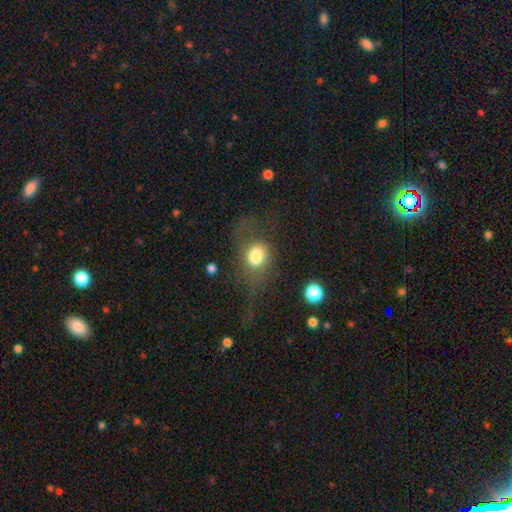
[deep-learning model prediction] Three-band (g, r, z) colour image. It shows a smooth galaxy with no disk features (71%) that is round (55%). Merging: major disturbance (40%).